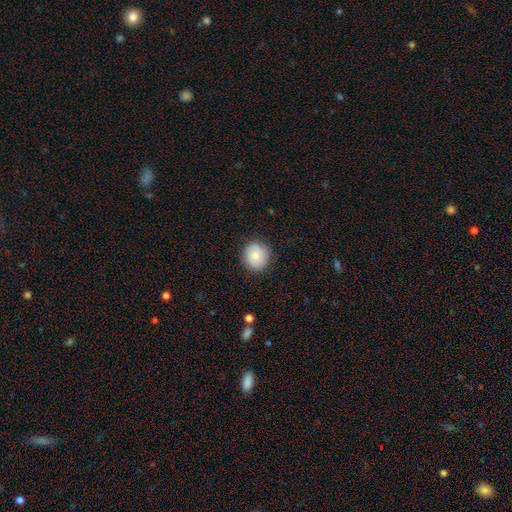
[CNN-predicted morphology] The model was most divided on "smooth or featured": smooth: 74%, featured or disk: 18%, star or artifact: 8%. More confident: merging — none (84%); how rounded — round (83%).